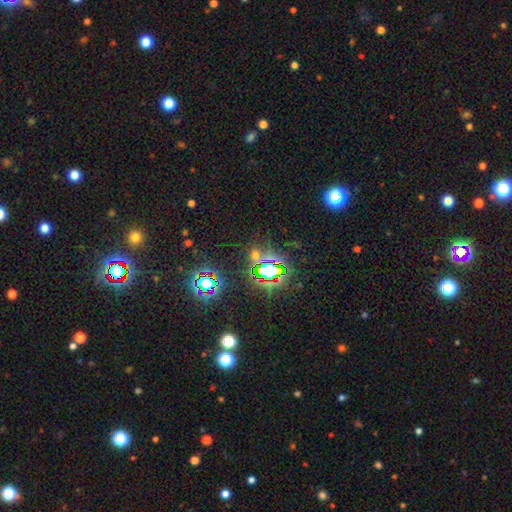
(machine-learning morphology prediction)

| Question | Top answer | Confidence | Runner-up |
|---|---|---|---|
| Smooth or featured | star or artifact | 68% | smooth (22%) |